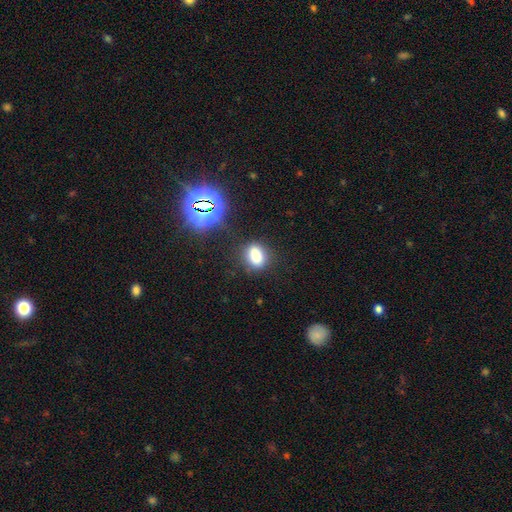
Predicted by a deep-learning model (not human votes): Q: Smooth or featured?
A: smooth (79%); runner-up: star or artifact (15%)
Q: How rounded?
A: in between (73%); runner-up: round (24%)
Q: Merging?
A: none (75%); runner-up: minor disturbance (16%)